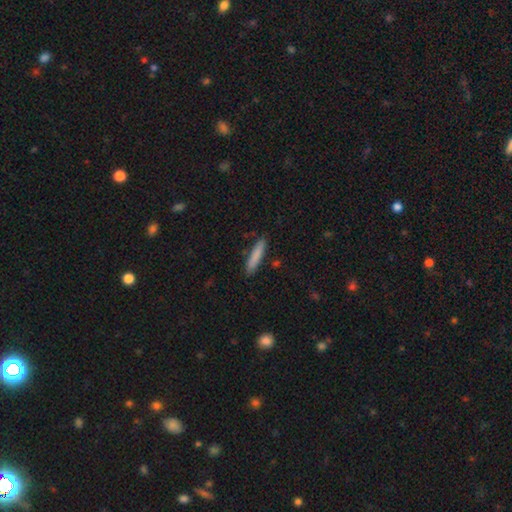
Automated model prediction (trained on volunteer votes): smooth-or-featured: smooth: 82% | featured or disk: 11% | star or artifact: 6%
  how-rounded: cigar-shaped: 89% | in between: 10% | round: 1%
  merging: none: 86% | minor disturbance: 10% | merger: 2% | major disturbance: 2%